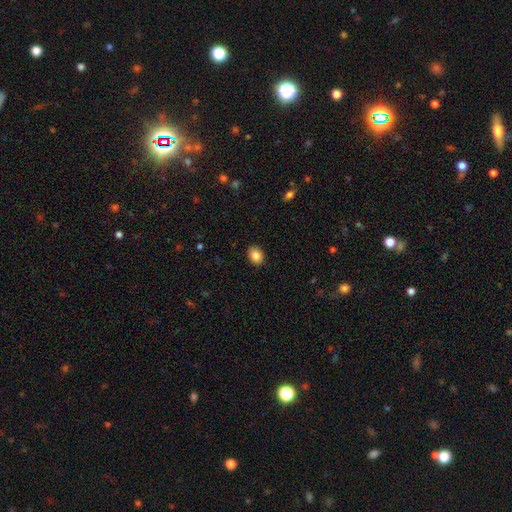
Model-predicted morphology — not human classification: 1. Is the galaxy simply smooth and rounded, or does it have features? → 86% smooth, 8% star or artifact, 6% featured or disk.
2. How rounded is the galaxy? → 65% in between, 34% round, 1% cigar-shaped.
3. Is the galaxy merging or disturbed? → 90% none, 7% minor disturbance, 2% major disturbance, 1% merger.